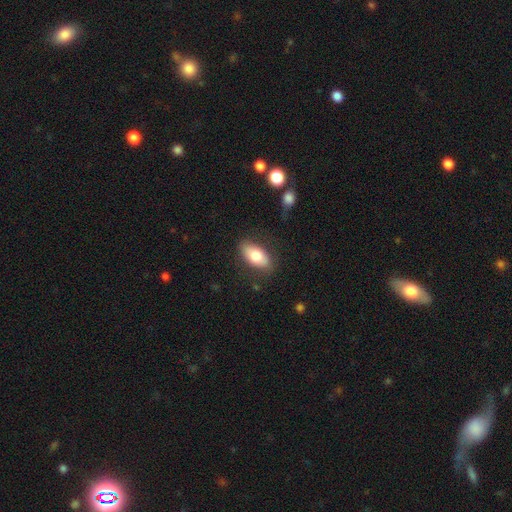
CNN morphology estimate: smooth_or_featured: smooth (p=0.75) [alt: featured or disk p=0.19]
how_rounded: in between (p=0.92) [alt: cigar-shaped p=0.04]
merging: none (p=0.81) [alt: minor disturbance p=0.13]